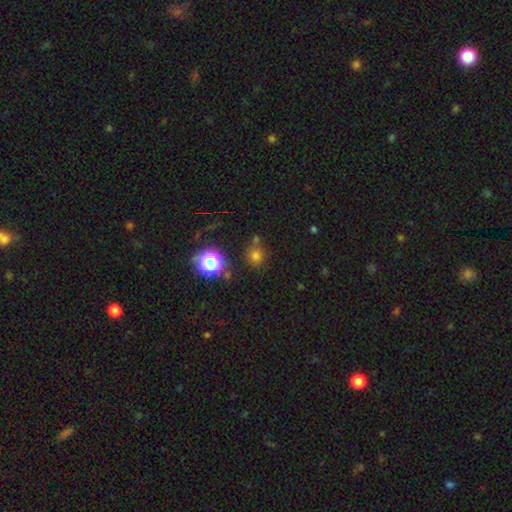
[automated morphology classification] Overall: smooth (67%). How rounded: round (83%). Merging: none (72%).